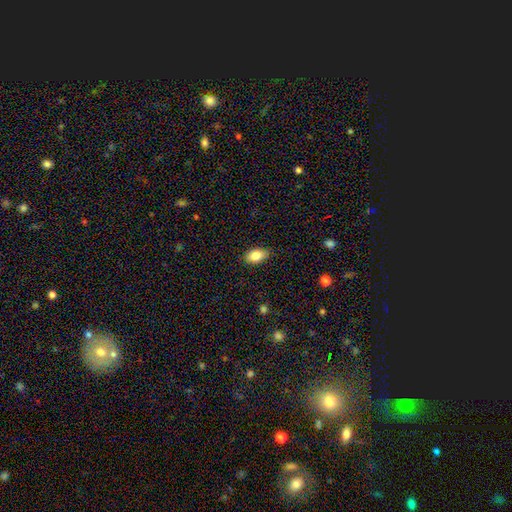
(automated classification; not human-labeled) A smooth galaxy with no disk features (84%) that is in between round and cigar-shaped (90%). Merging: none (83%).